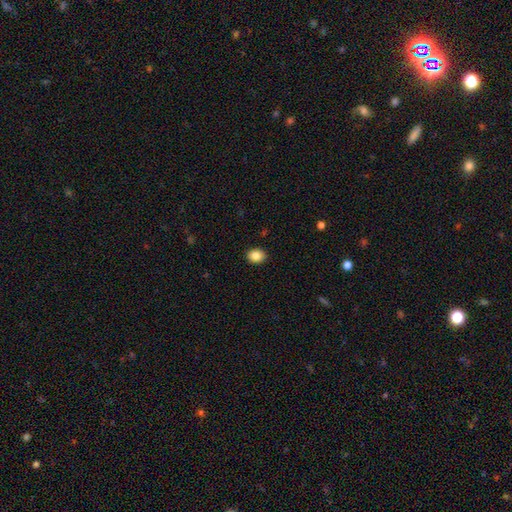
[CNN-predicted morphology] Q: Smooth or featured?
A: smooth (86%); runner-up: star or artifact (9%)
Q: How rounded?
A: in between (55%); runner-up: round (44%)
Q: Merging?
A: none (91%); runner-up: minor disturbance (7%)